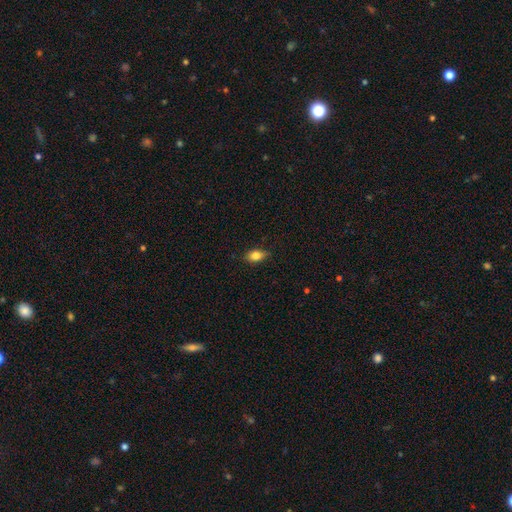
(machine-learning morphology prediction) Smooth or featured: smooth — 81% (featured or disk — 11%)
How rounded: in between — 80% (round — 15%)
Merging: none — 81% (minor disturbance — 16%)